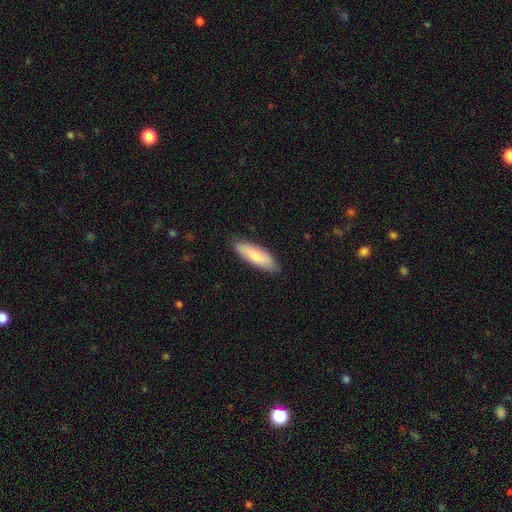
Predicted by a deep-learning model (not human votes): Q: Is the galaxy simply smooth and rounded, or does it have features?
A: smooth — 80%.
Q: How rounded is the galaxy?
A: cigar-shaped — 53%.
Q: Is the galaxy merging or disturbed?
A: none — 86%.